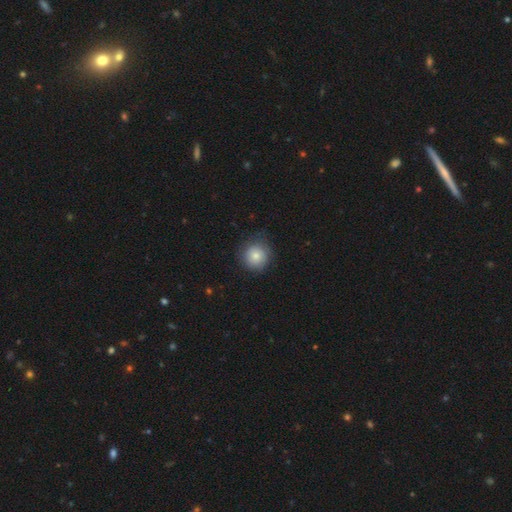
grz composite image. It shows a smooth galaxy with no disk features (86%) that is round (97%). Merging: none (86%).